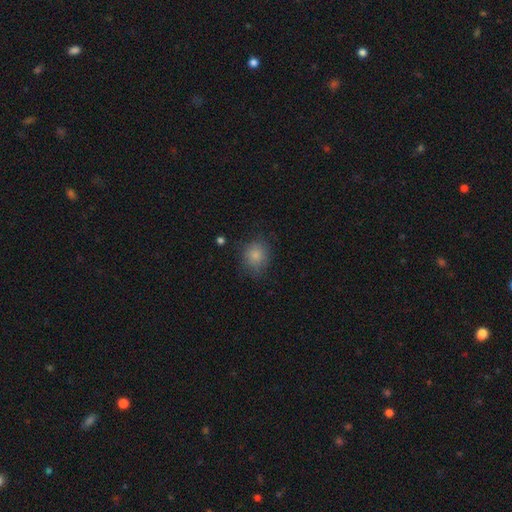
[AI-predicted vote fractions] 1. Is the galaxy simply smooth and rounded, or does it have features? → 82% smooth, 11% star or artifact, 7% featured or disk.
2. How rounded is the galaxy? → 70% round, 29% in between, 1% cigar-shaped.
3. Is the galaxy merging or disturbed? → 75% none, 18% minor disturbance, 5% major disturbance, 1% merger.